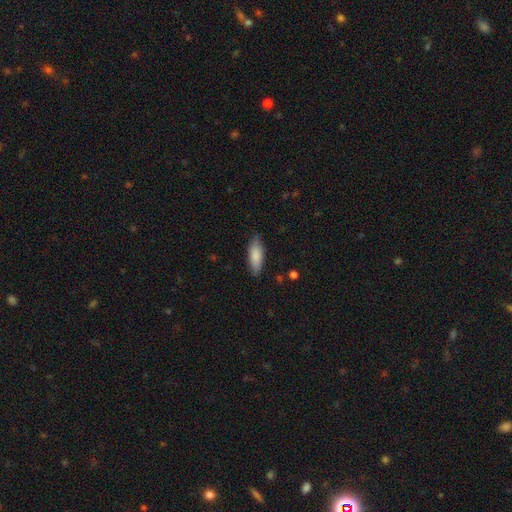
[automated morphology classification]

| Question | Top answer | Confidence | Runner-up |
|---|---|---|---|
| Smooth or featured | smooth | 84% | featured or disk (10%) |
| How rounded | in between | 69% | cigar-shaped (30%) |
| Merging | none | 82% | minor disturbance (14%) |